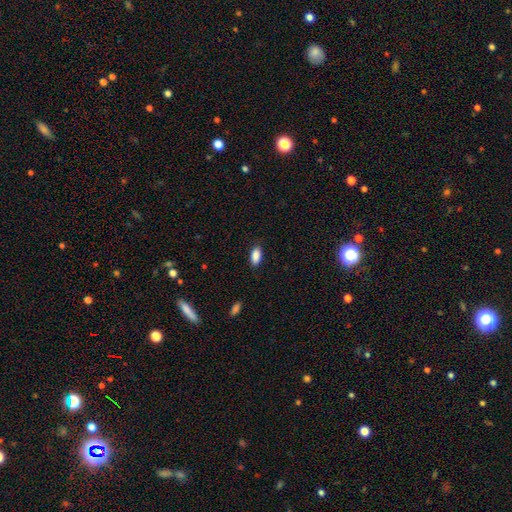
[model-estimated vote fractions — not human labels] Smooth or featured? smooth (89%)
How rounded? in between (88%)
Merging? none (86%)